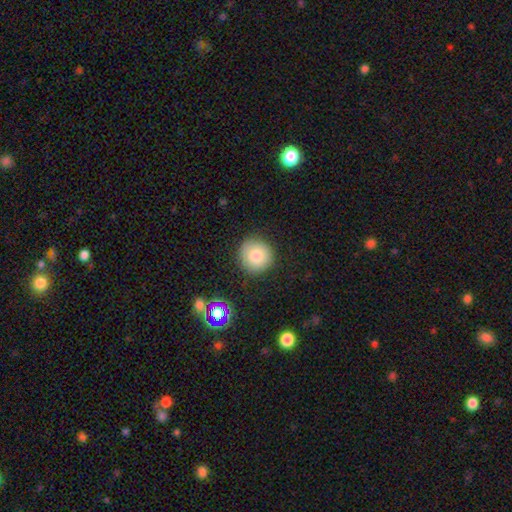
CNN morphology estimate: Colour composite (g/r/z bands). It shows a smooth galaxy with no disk features (79%) that is round (94%). Merging: none (87%).